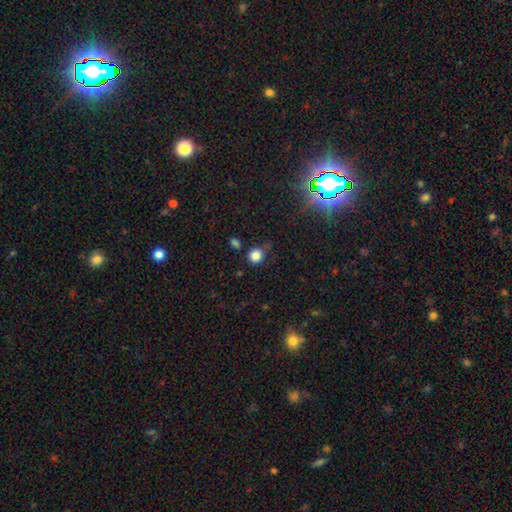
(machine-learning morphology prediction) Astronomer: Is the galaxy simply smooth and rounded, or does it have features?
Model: smooth — 83%.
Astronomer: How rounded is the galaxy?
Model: round — 86%.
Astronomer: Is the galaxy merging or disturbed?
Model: none — 71%.